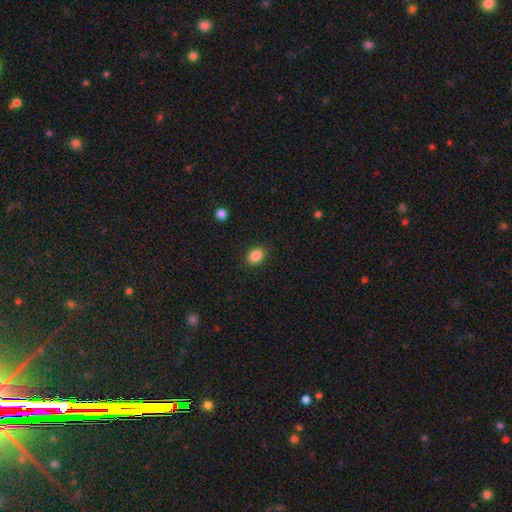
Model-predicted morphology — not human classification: smooth-or-featured: smooth: 87% | star or artifact: 9% | featured or disk: 4%
  how-rounded: in between: 62% | round: 37% | cigar-shaped: 1%
  merging: none: 88% | minor disturbance: 9% | major disturbance: 3% | merger: 1%